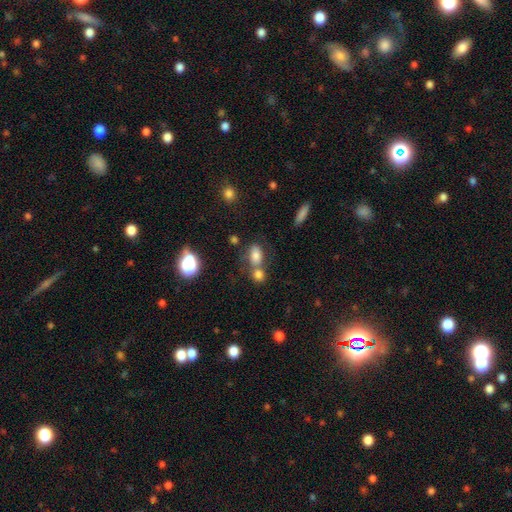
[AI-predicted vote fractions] smooth 75%, star or artifact 13%, featured or disk 11%. Down the decision tree: how rounded — in between (80%); merging — none (44%).